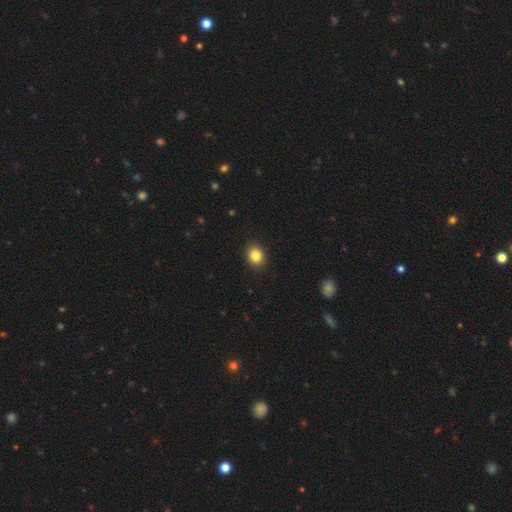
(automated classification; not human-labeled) smooth_or_featured: smooth (p=0.84) [alt: star or artifact p=0.10]
how_rounded: round (p=0.58) [alt: in between p=0.41]
merging: none (p=0.91) [alt: minor disturbance p=0.06]